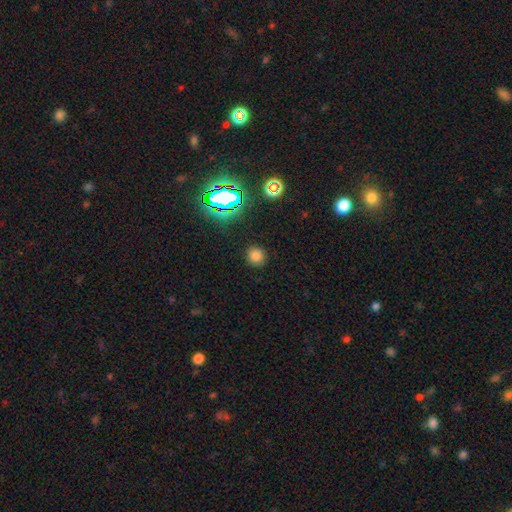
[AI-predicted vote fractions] This is likely a smooth galaxy (75%). How rounded: clearly round (88%). Merging: clearly none (90%).